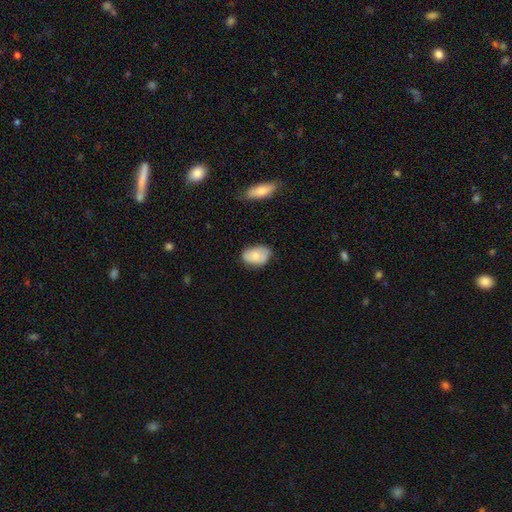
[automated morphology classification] Smooth or featured: smooth — 69% (featured or disk — 24%)
How rounded: in between — 86% (round — 12%)
Merging: none — 67% (minor disturbance — 27%)